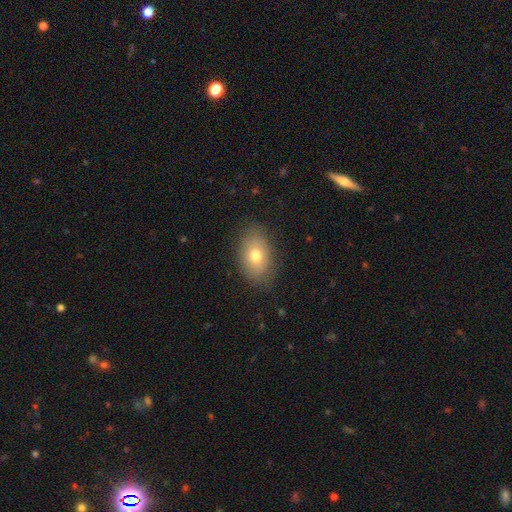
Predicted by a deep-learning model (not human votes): Overall: smooth (74%). How rounded: in between (85%). Merging: none (84%).